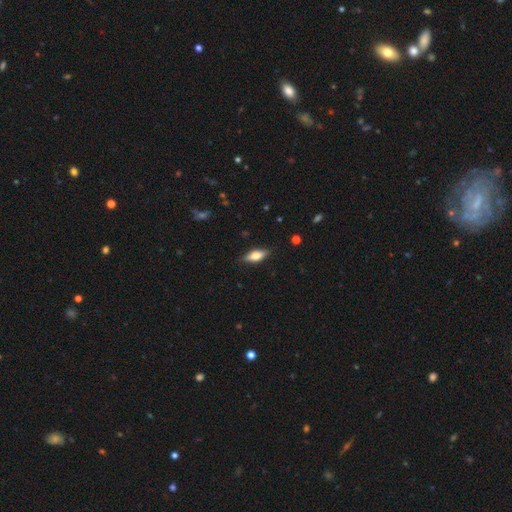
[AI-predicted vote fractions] Smooth or featured? Predicted: smooth (p=0.48). Merging? Predicted: none (p=0.87).